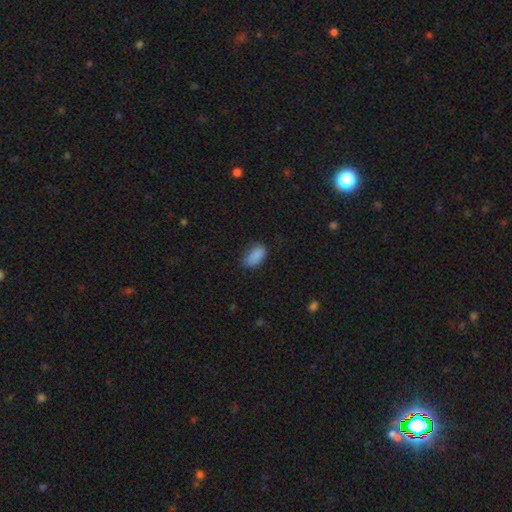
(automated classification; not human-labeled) Morphology: type=smooth (86%); roundness=in between (93%); merging=none (64%).